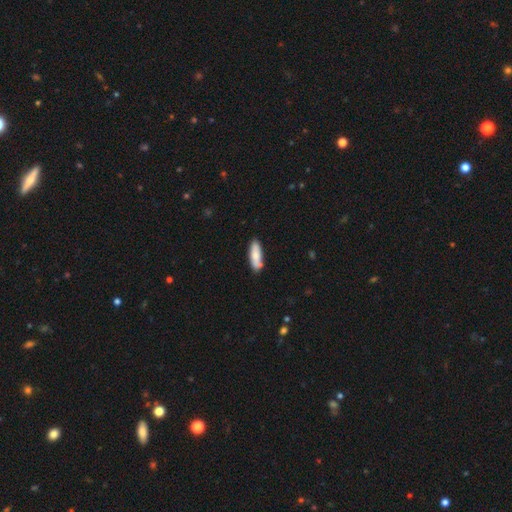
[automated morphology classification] This appears to be a smooth galaxy with no disk features (77%) that is cigar-shaped (49%, tied with in between). Merging: none (79%).